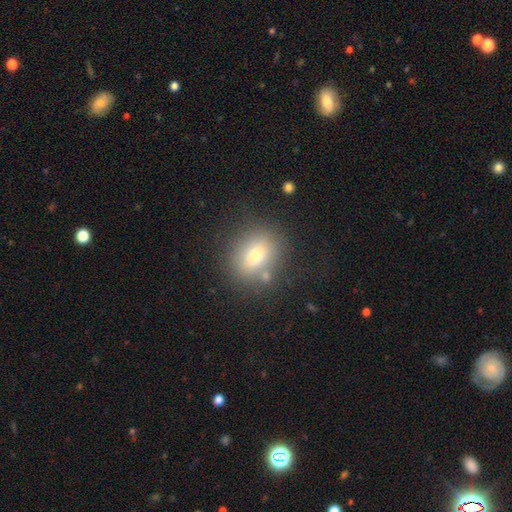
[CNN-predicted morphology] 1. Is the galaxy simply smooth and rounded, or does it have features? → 71% smooth, 15% featured or disk, 14% star or artifact.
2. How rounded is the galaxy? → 62% round, 37% in between, 1% cigar-shaped.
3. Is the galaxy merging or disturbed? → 76% none, 12% minor disturbance, 7% merger, 5% major disturbance.